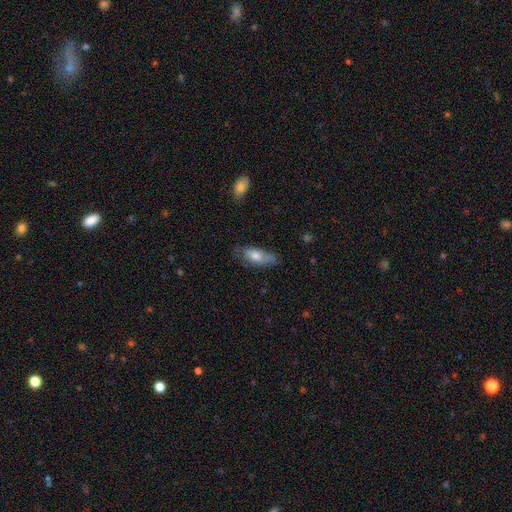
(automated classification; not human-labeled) Smooth or featured?
  - smooth: 63% *
  - featured or disk: 30%
  - star or artifact: 7%
How rounded?
  - in between: 78% *
  - cigar-shaped: 19%
  - round: 3%
Merging?
  - none: 54% *
  - minor disturbance: 31%
  - major disturbance: 12%
  - merger: 3%